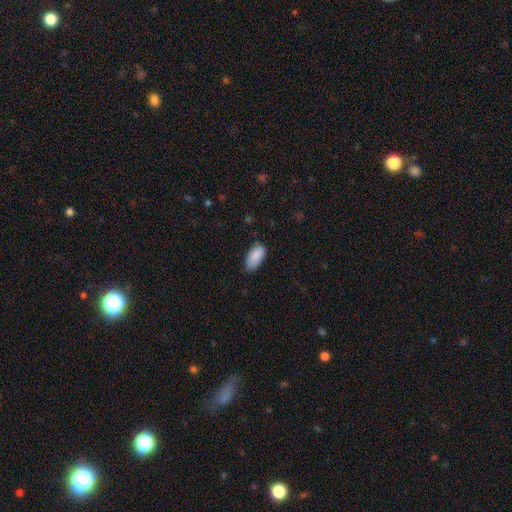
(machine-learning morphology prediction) Smooth or featured?
  - smooth: 89% *
  - star or artifact: 7%
  - featured or disk: 4%
How rounded?
  - in between: 93% *
  - cigar-shaped: 4%
  - round: 2%
Merging?
  - none: 69% *
  - minor disturbance: 26%
  - major disturbance: 4%
  - merger: 1%